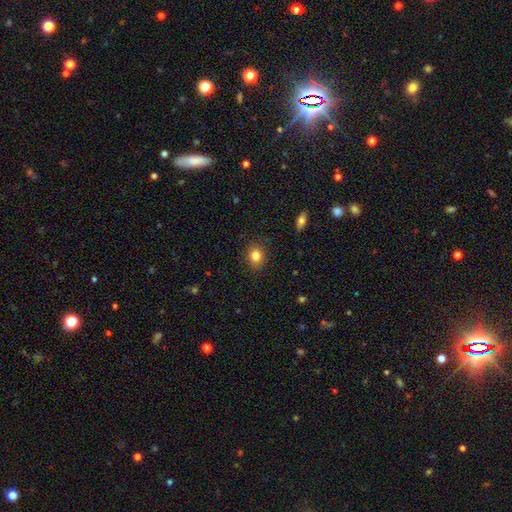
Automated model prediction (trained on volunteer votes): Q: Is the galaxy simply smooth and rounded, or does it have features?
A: smooth — 82%.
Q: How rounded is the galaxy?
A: round — 63%.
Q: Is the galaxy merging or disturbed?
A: none — 89%.